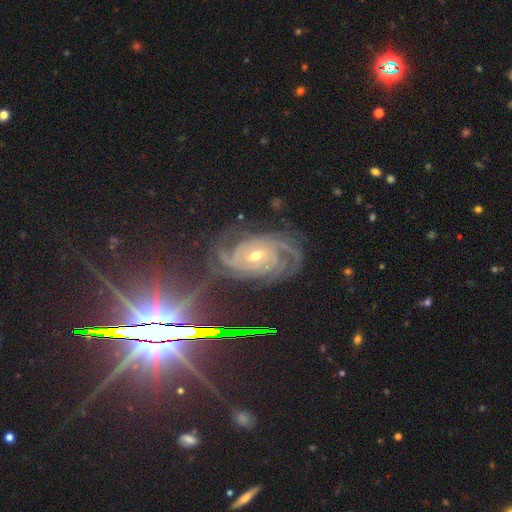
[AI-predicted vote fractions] A featured or disk galaxy (84%) with no bar (54%), 3 (29%) tight (70%) spiral arms (98%) and a small central bulge (50%).

Vote fractions:
- Smooth or featured? featured or disk: 84% / star or artifact: 11% / smooth: 5%
- Edge-on disk? no: 96% / yes: 4%
- Bar? no: 54% / weak: 32% / strong: 14%
- Spiral arms? yes: 98% / no: 2%
- Spiral winding? tight: 70% / medium: 25% / loose: 5%
- Spiral arm count? 3: 29% / can't tell: 21% / 4: 19% / 2: 15% / more than 4: 9% / 1: 7%
- Bulge size? small: 50% / moderate: 46% / large: 2% / none: 1% / dominant: 1%
- Merging? none: 71% / minor disturbance: 18% / major disturbance: 9% / merger: 2%